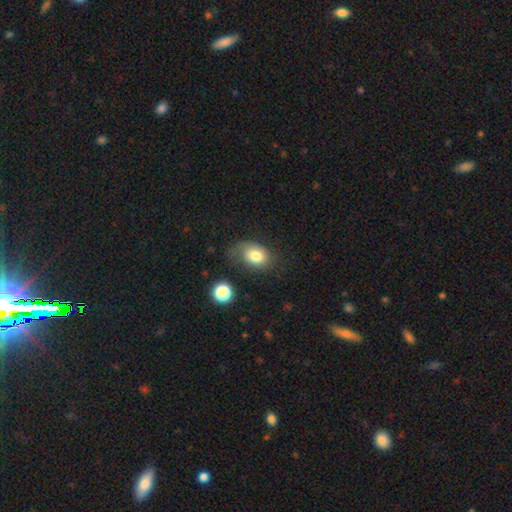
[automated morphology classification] Q: Smooth or featured?
A: smooth (76%); runner-up: featured or disk (15%)
Q: How rounded?
A: in between (73%); runner-up: round (26%)
Q: Merging?
A: none (47%); runner-up: minor disturbance (30%)